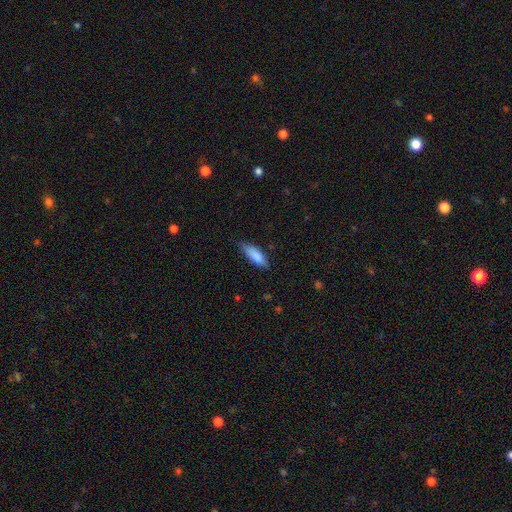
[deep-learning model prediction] smooth-or-featured: smooth: 84% | featured or disk: 10% | star or artifact: 6%
  how-rounded: in between: 57% | cigar-shaped: 42% | round: 2%
  merging: none: 74% | minor disturbance: 22% | major disturbance: 3% | merger: 1%